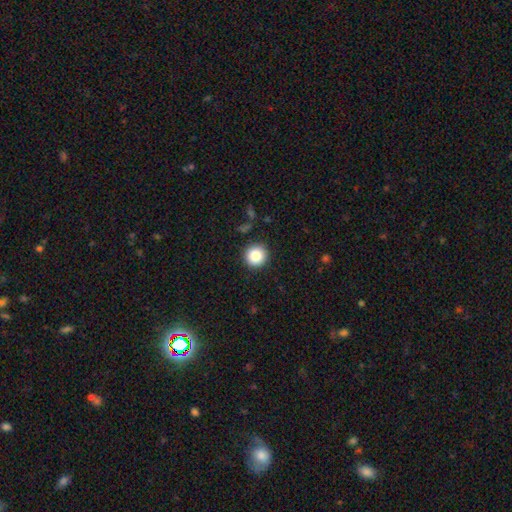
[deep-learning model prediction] The model was most divided on "smooth or featured": smooth: 85%, star or artifact: 10%, featured or disk: 6%. More confident: how rounded — round (95%); merging — none (91%).